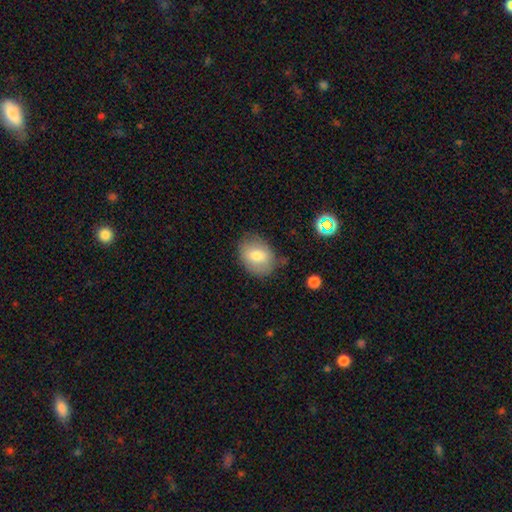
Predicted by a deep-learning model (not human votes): Overall: smooth (77%). How rounded: in between (64%; round 35%). Merging: none (70%).